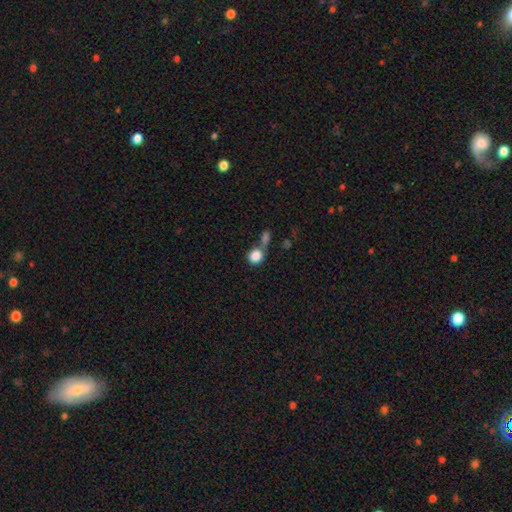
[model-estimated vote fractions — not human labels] This appears to be a smooth galaxy with no disk features (85%) that is round (78%). Merging: none (41%, tied with merger).